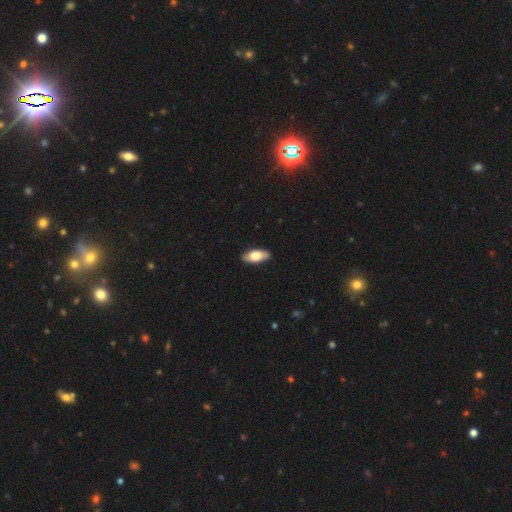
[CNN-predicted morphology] Q: Smooth or featured?
A: smooth (72%); runner-up: featured or disk (22%)
Q: How rounded?
A: in between (86%); runner-up: cigar-shaped (11%)
Q: Merging?
A: none (86%); runner-up: minor disturbance (11%)